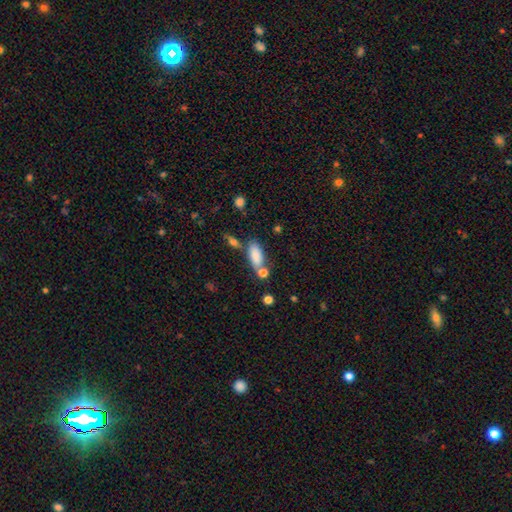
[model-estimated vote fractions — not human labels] Overall: smooth (81%). How rounded: in between (82%). Merging: none (58%; merger 22%).